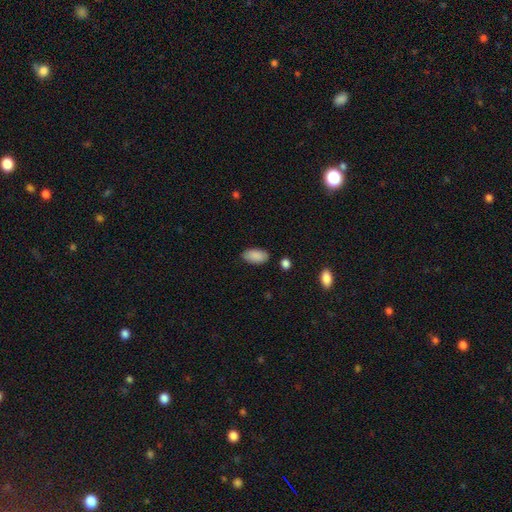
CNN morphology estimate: Overall: smooth (89%). How rounded: in between (94%). Merging: none (82%).